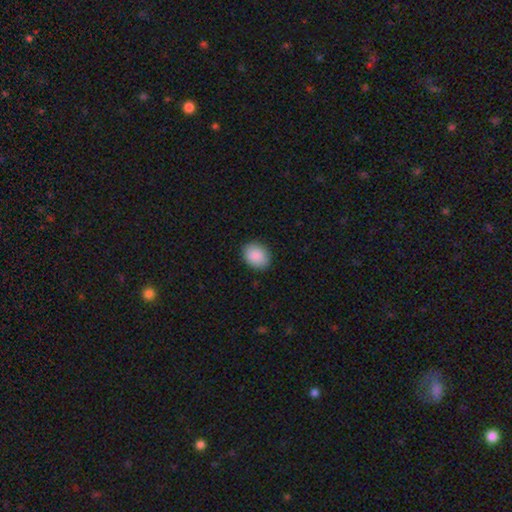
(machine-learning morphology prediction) Smooth or featured: smooth — 90% (star or artifact — 7%)
How rounded: in between — 52% (round — 47%)
Merging: none — 88% (minor disturbance — 9%)